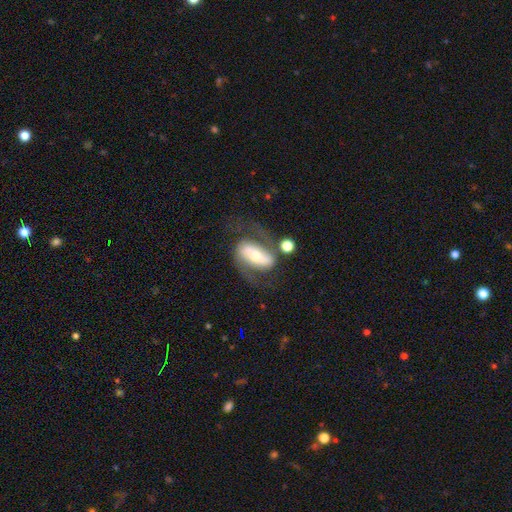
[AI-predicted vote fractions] Q: Smooth or featured?
A: featured or disk (79%); runner-up: smooth (15%)
Q: Edge-on disk?
A: no (94%); runner-up: yes (6%)
Q: Bar?
A: strong (50%); runner-up: weak (28%)
Q: Spiral arms?
A: yes (91%); runner-up: no (9%)
Q: Spiral winding?
A: medium (45%); runner-up: loose (40%)
Q: Spiral arm count?
A: 2 (90%); runner-up: can't tell (4%)
Q: Bulge size?
A: moderate (56%); runner-up: small (32%)
Q: Merging?
A: none (61%); runner-up: minor disturbance (17%)